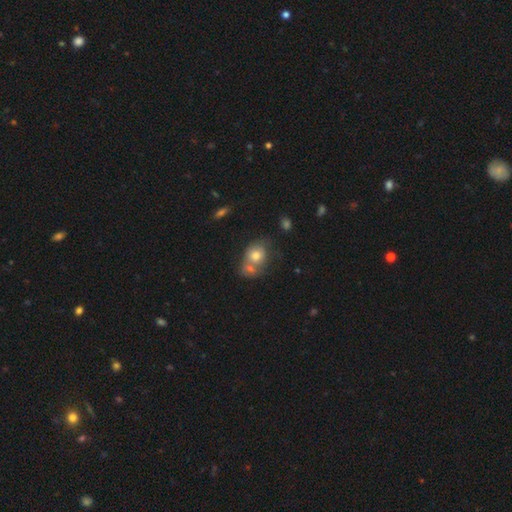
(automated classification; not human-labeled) This is likely a smooth galaxy (74%). How rounded: possibly round (55%). Merging: possibly merger (51%).